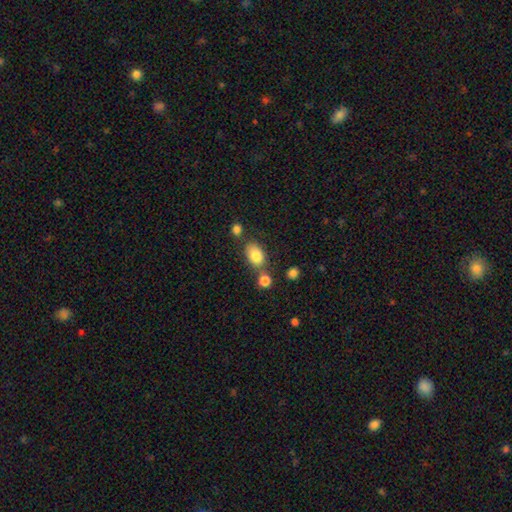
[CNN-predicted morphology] Smooth or featured? Predicted: smooth (p=0.83). How rounded? Predicted: in between (p=0.81). Merging? Predicted: none (p=0.63).